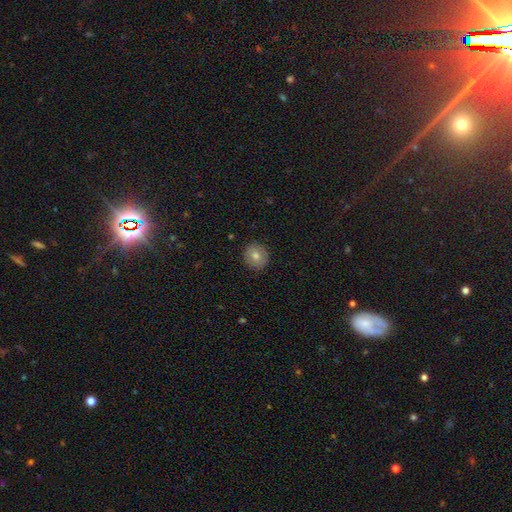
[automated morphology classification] smooth_or_featured: smooth (p=0.70) [alt: featured or disk p=0.19]
how_rounded: round (p=0.92) [alt: in between p=0.07]
merging: none (p=0.91) [alt: minor disturbance p=0.07]